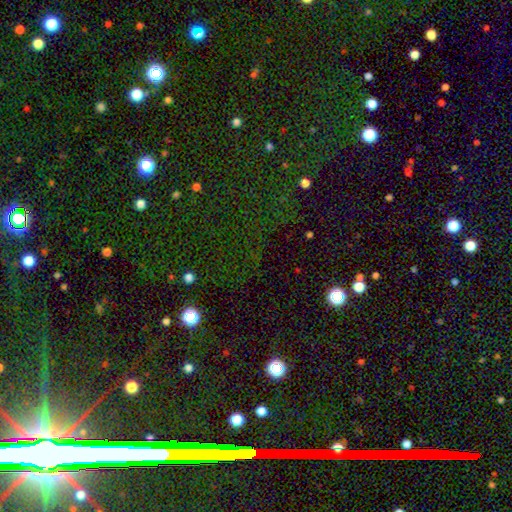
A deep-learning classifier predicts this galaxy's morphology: Smooth or featured?
  - star or artifact: 70% *
  - smooth: 21%
  - featured or disk: 8%